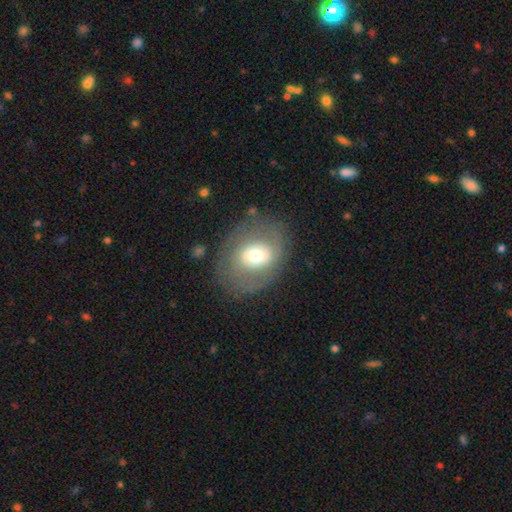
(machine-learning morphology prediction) This appears to be a featured or disk galaxy (49%). Merging: none (72%).